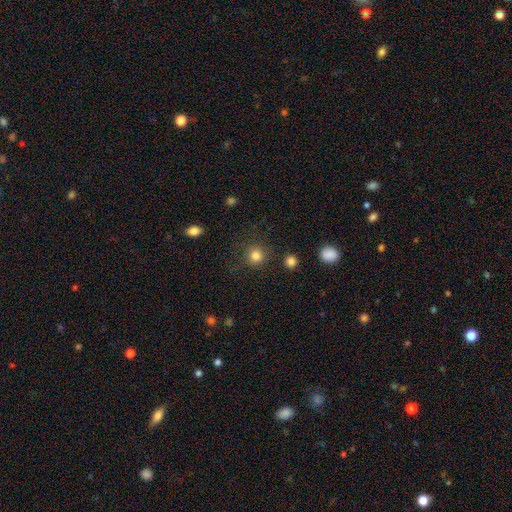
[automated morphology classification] This appears to be a smooth galaxy with no disk features (82%) that is round (93%). Merging: none (86%).